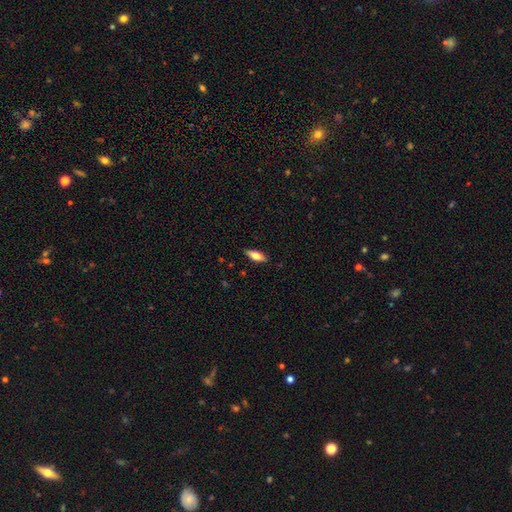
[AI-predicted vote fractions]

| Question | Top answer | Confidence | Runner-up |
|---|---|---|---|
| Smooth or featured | smooth | 60% | featured or disk (33%) |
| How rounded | in between | 66% | cigar-shaped (31%) |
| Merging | none | 87% | minor disturbance (10%) |